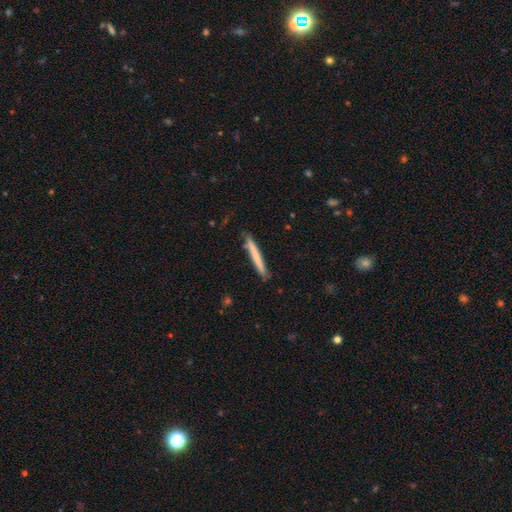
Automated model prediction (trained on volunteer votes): Smooth or featured? Predicted: smooth (p=0.68). How rounded? Predicted: cigar-shaped (p=0.97). Merging? Predicted: none (p=0.85).